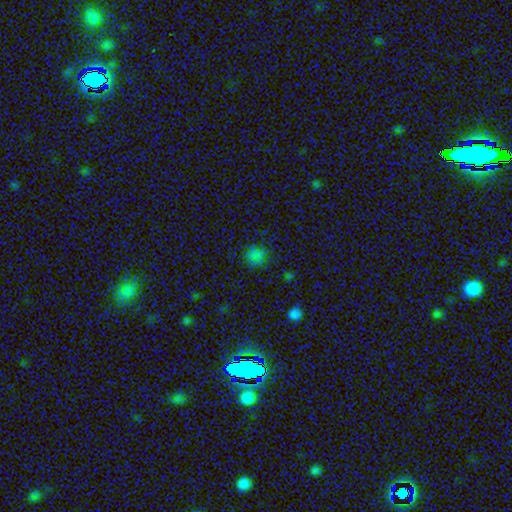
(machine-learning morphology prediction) A smooth galaxy with no disk features (62%) that is round (87%).

Vote fractions:
- Smooth or featured? smooth: 62% / star or artifact: 33% / featured or disk: 5%
- How rounded? round: 87% / in between: 12% / cigar-shaped: 1%
- Merging? none: 84% / minor disturbance: 10% / major disturbance: 4% / merger: 2%